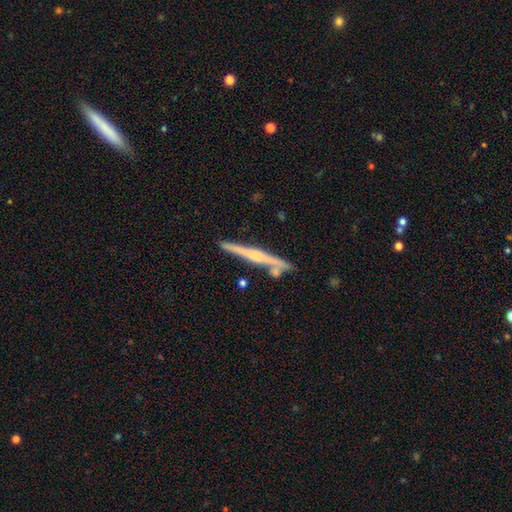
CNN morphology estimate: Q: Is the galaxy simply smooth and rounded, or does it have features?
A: featured or disk — 74%.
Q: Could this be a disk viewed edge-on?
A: yes — 98%.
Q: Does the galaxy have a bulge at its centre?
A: rounded — 71%.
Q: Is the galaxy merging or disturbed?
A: none — 80%.